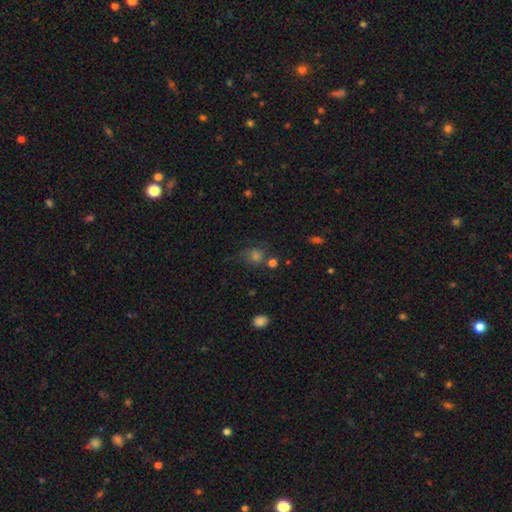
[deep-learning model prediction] smooth-or-featured: smooth: 60% | star or artifact: 29% | featured or disk: 11%
  how-rounded: round: 76% | in between: 23% | cigar-shaped: 1%
  merging: none: 64% | minor disturbance: 18% | major disturbance: 10% | merger: 8%